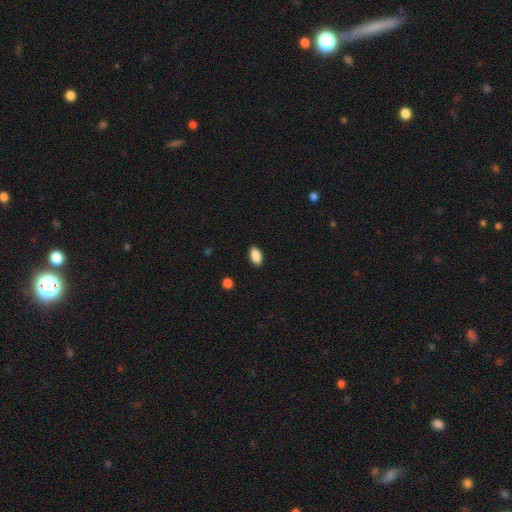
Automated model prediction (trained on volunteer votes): smooth_or_featured: smooth (p=0.88) [alt: star or artifact p=0.07]
how_rounded: in between (p=0.91) [alt: cigar-shaped p=0.05]
merging: none (p=0.89) [alt: minor disturbance p=0.08]